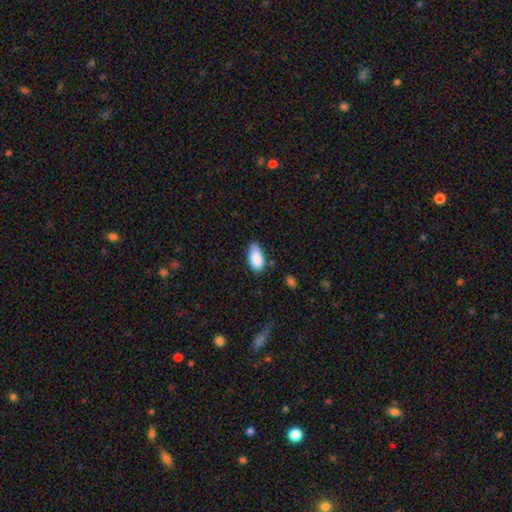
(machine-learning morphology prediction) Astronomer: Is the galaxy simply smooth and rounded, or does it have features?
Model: smooth — 88%.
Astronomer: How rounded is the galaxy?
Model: in between — 94%.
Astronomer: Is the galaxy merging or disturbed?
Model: none — 68%.